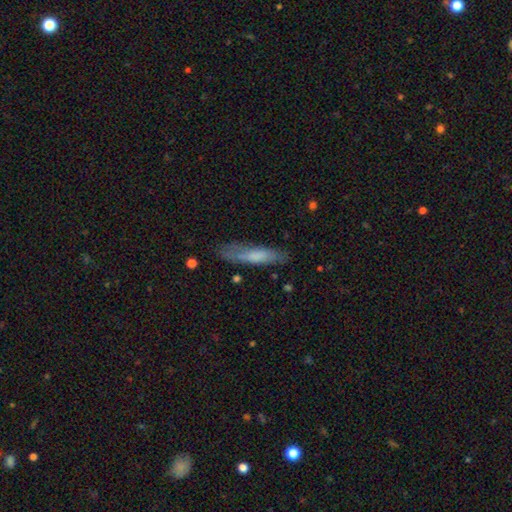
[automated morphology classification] type=smooth (66%); roundness=cigar-shaped (79%); merging=none (68%).